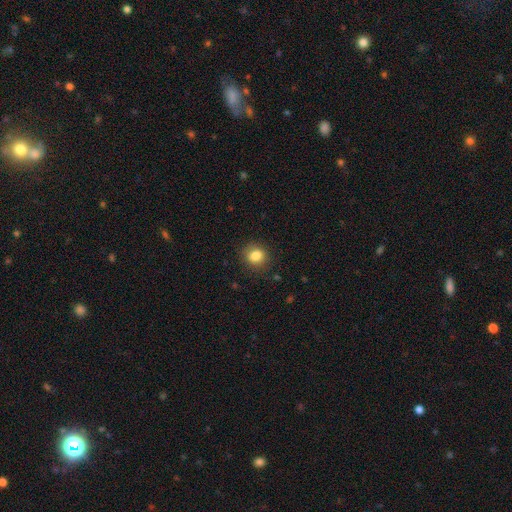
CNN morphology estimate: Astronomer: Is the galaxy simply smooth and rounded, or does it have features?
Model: smooth — 84%.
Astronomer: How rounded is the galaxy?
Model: round — 80%.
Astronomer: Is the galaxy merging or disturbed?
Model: none — 87%.